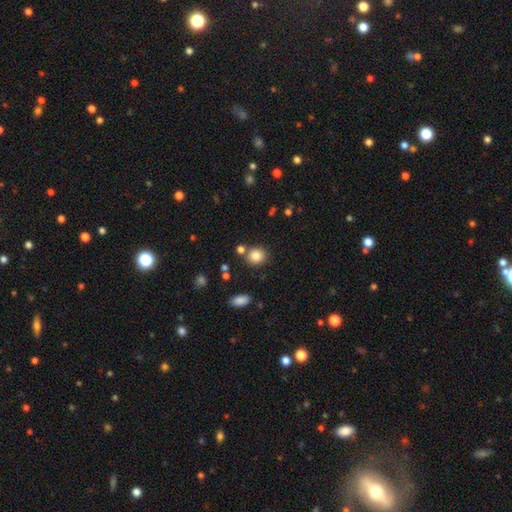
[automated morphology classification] The model was most divided on "how rounded": round: 77%, in between: 22%, cigar-shaped: 1%. More confident: smooth or featured — smooth (84%); merging — none (77%).